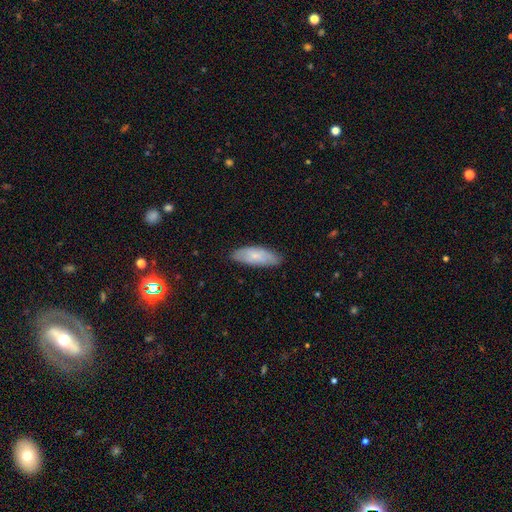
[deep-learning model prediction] Smooth or featured? smooth (71%)
How rounded? in between (68%)
Merging? none (79%)